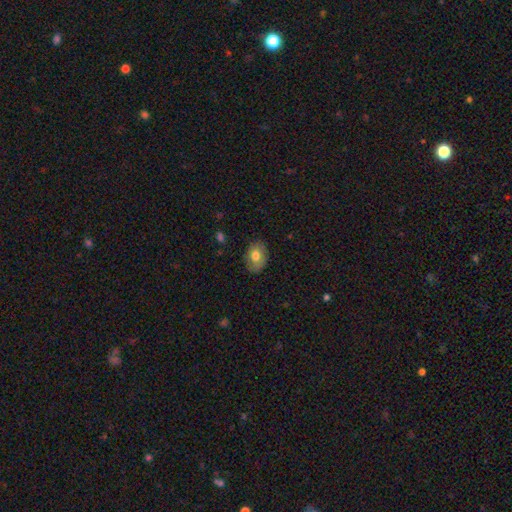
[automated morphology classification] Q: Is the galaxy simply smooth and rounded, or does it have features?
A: smooth — 70%.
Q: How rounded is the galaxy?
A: in between — 79%.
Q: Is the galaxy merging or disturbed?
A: none — 79%.